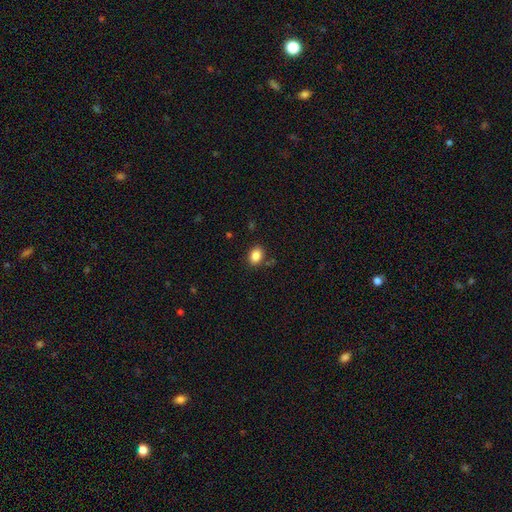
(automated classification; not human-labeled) The model was most divided on "how rounded": in between: 72%, round: 27%, cigar-shaped: 1%. More confident: smooth or featured — smooth (86%); merging — none (85%).